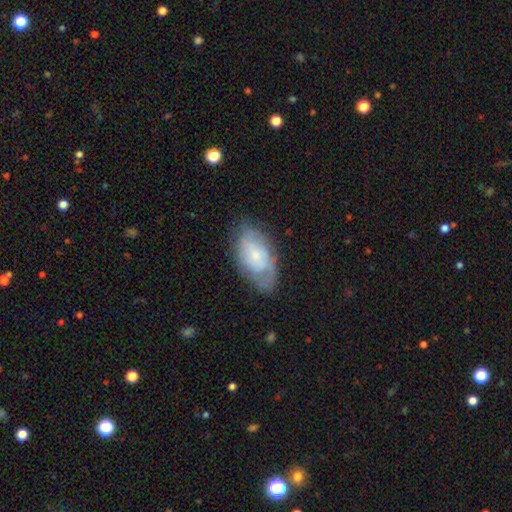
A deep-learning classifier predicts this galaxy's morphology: smooth_or_featured: featured or disk (p=0.50) [alt: smooth p=0.43]
disk_edge_on: no (p=0.93) [alt: yes p=0.07]
merging: none (p=0.64) [alt: minor disturbance p=0.25]